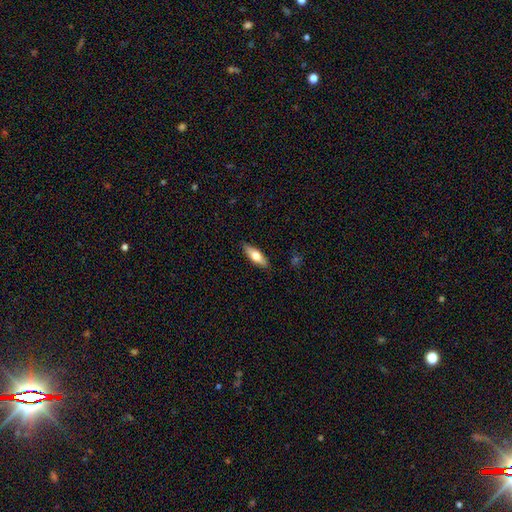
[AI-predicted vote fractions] This is likely a smooth galaxy (64%). How rounded: possibly in between (55%). Merging: clearly none (88%).